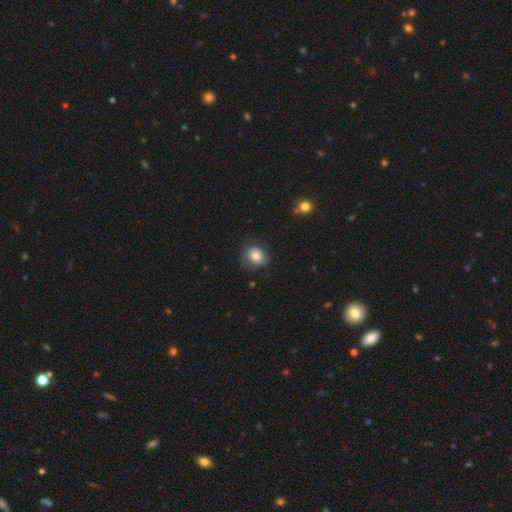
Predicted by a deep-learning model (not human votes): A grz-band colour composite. It shows a smooth galaxy with no disk features (76%) that is round (59%). Merging: none (67%).